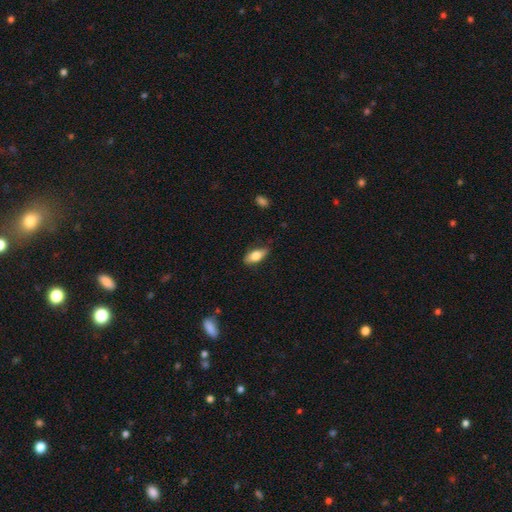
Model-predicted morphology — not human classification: Smooth or featured?
  - smooth: 73% *
  - featured or disk: 20%
  - star or artifact: 6%
How rounded?
  - in between: 82% *
  - cigar-shaped: 15%
  - round: 3%
Merging?
  - none: 79% *
  - minor disturbance: 17%
  - major disturbance: 3%
  - merger: 1%